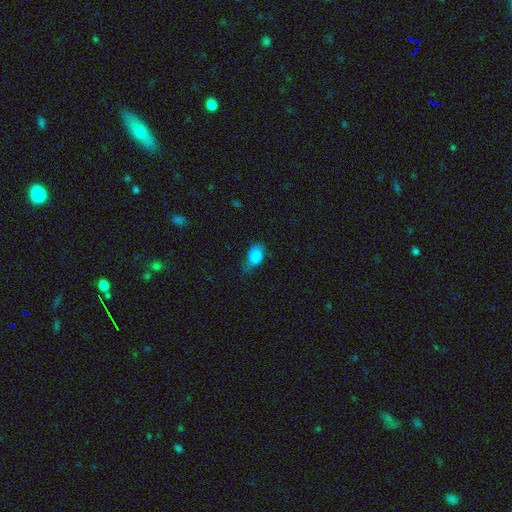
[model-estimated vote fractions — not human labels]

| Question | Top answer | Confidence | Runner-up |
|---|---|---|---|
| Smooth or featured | smooth | 84% | star or artifact (9%) |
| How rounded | in between | 70% | round (28%) |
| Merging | none | 48% | minor disturbance (36%) |